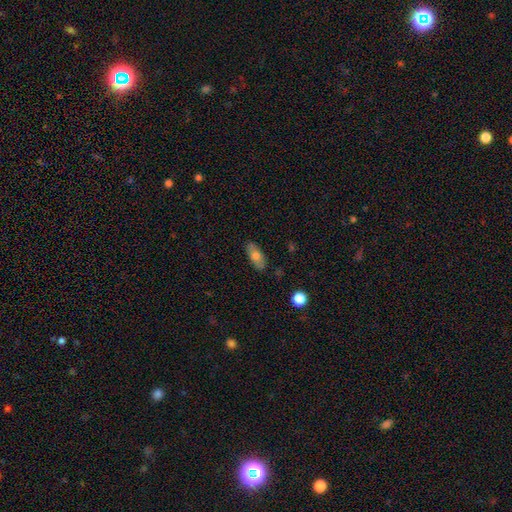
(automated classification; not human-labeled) A smooth galaxy with no disk features (70%) that is in between round and cigar-shaped (83%). Merging: none (83%).